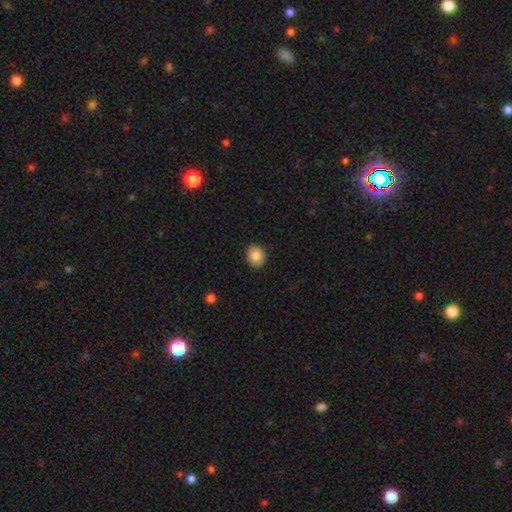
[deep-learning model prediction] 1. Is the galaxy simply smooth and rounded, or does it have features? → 85% smooth, 8% star or artifact, 7% featured or disk.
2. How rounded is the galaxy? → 68% round, 32% in between, 1% cigar-shaped.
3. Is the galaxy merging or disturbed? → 90% none, 7% minor disturbance, 2% major disturbance, 1% merger.